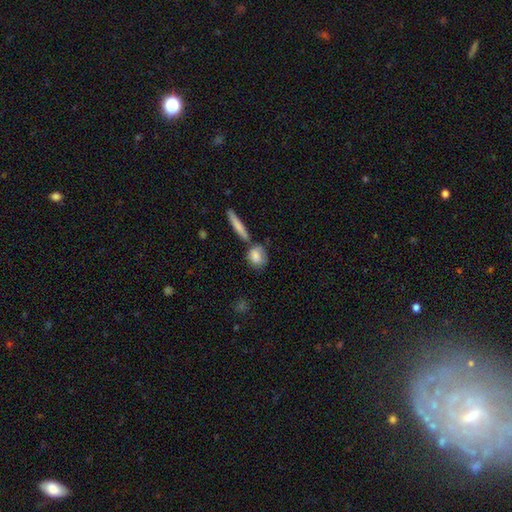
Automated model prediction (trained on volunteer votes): Smooth or featured? Predicted: smooth (p=0.81). How rounded? Predicted: in between (p=0.48). Merging? Predicted: none (p=0.55).